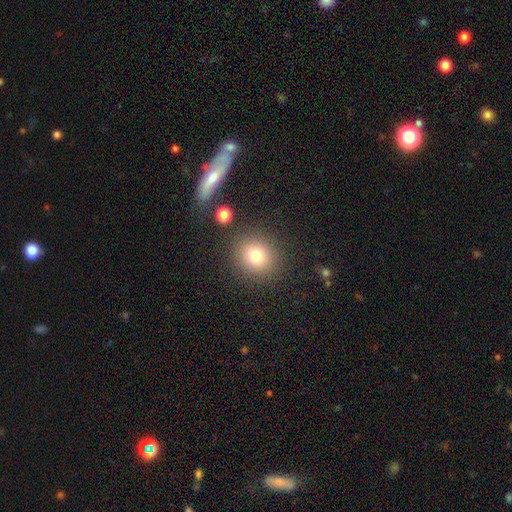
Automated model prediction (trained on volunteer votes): The model was most divided on "smooth or featured": smooth: 77%, star or artifact: 13%, featured or disk: 10%. More confident: how rounded — round (86%); merging — none (85%).